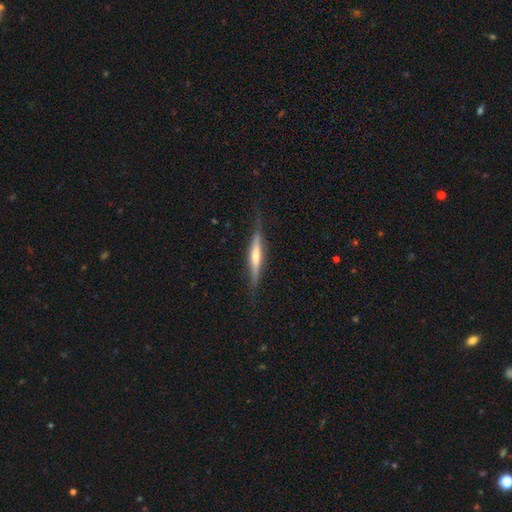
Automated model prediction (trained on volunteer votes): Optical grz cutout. It shows a featured or disk galaxy (69%) viewed edge-on (96%) with a rounded central bulge (62%). Merging: none (84%).